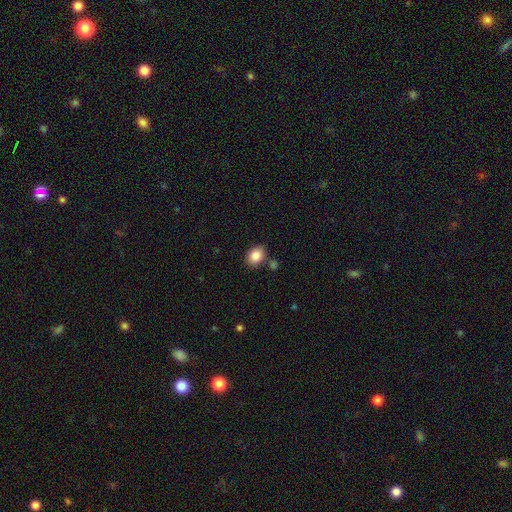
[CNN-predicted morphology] This appears to be a smooth galaxy with no disk features (86%) that is in between round and cigar-shaped (73%). Merging: none (80%).